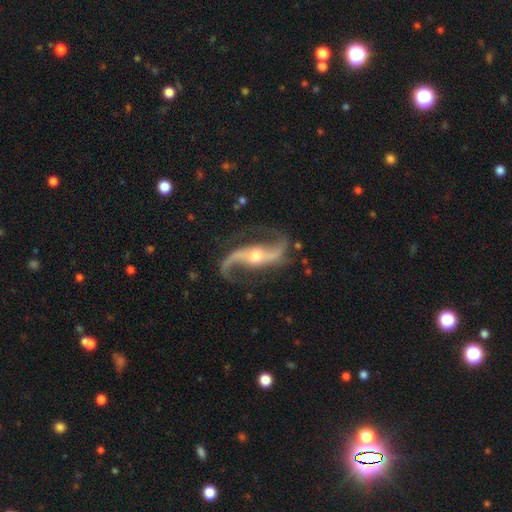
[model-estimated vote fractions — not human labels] Overall: featured or disk (93%). Edge-on disk: no (95%). Bar: no (35%; strong 34%). Spiral arms: yes (98%). Spiral arm count: 2 (94%). Spiral winding: loose (76%). Bulge size: moderate (61%; small 31%). Merging: none (79%).